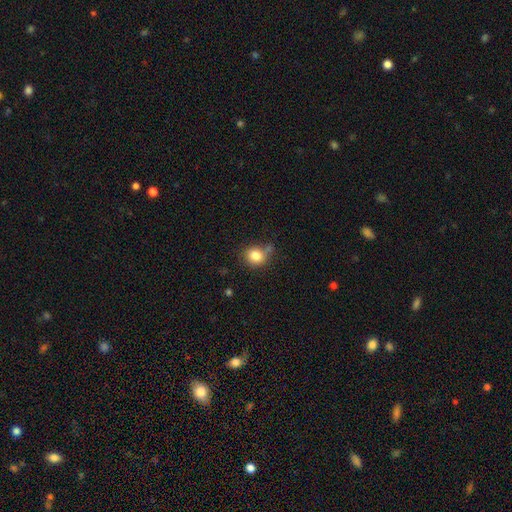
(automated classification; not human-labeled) Smooth or featured?
  - smooth: 81% *
  - star or artifact: 11%
  - featured or disk: 8%
How rounded?
  - round: 78% *
  - in between: 21%
  - cigar-shaped: 1%
Merging?
  - none: 63% *
  - minor disturbance: 22%
  - merger: 9%
  - major disturbance: 6%